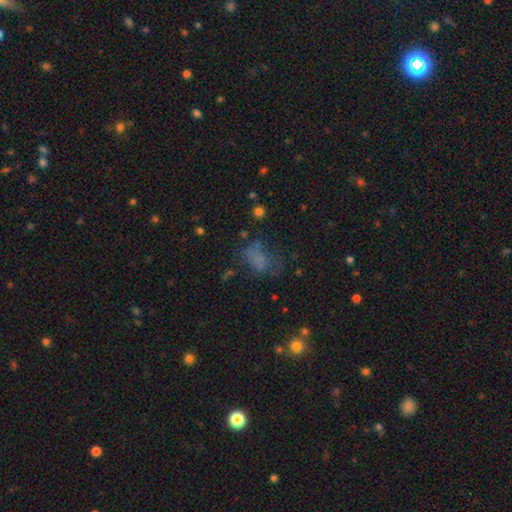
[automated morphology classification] smooth 58%, featured or disk 21%, star or artifact 21%. Down the decision tree: how rounded — in between (79%); merging — none (40%).